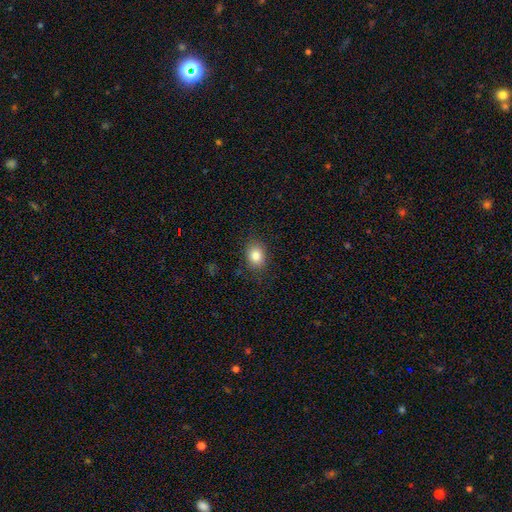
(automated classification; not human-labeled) A smooth galaxy with no disk features (83%) that is in between round and cigar-shaped (55%).

Vote fractions:
- Smooth or featured? smooth: 83% / star or artifact: 10% / featured or disk: 7%
- How rounded? in between: 55% / round: 44% / cigar-shaped: 1%
- Merging? none: 85% / minor disturbance: 11% / major disturbance: 3% / merger: 1%